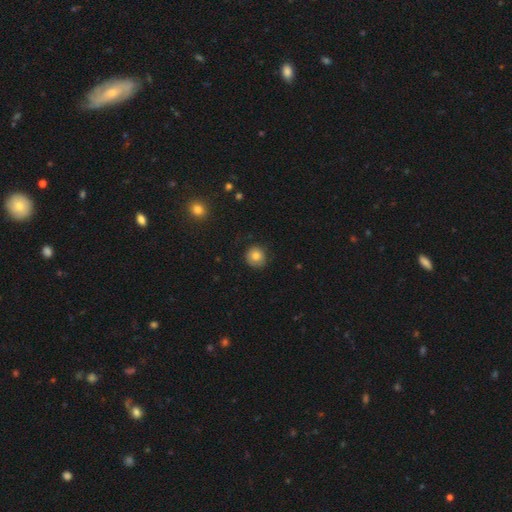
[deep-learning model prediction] smooth 78%, featured or disk 13%, star or artifact 9%. Down the decision tree: how rounded — round (90%); merging — none (78%).